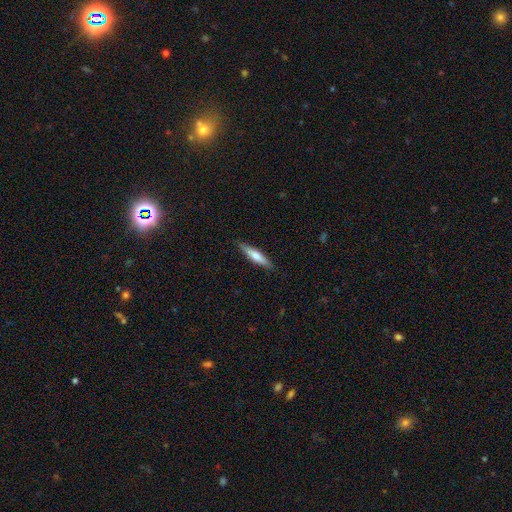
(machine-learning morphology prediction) The model was most divided on "smooth or featured": smooth: 58%, featured or disk: 37%, star or artifact: 6%. More confident: merging — none (89%); how rounded — cigar-shaped (84%).